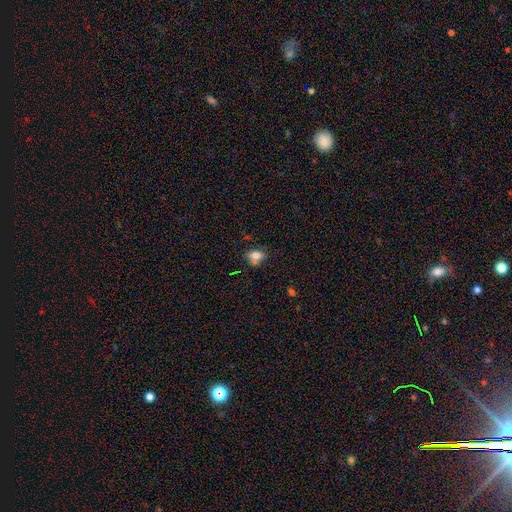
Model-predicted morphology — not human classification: Smooth or featured?
  - smooth: 76% *
  - star or artifact: 12%
  - featured or disk: 11%
How rounded?
  - in between: 56% *
  - round: 42%
  - cigar-shaped: 2%
Merging?
  - none: 56% *
  - minor disturbance: 21%
  - merger: 17%
  - major disturbance: 6%